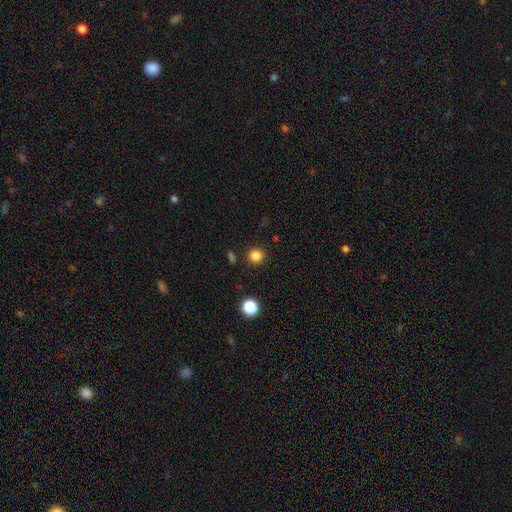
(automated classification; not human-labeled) This is clearly a smooth galaxy (83%). How rounded: clearly round (92%). Merging: clearly none (90%).